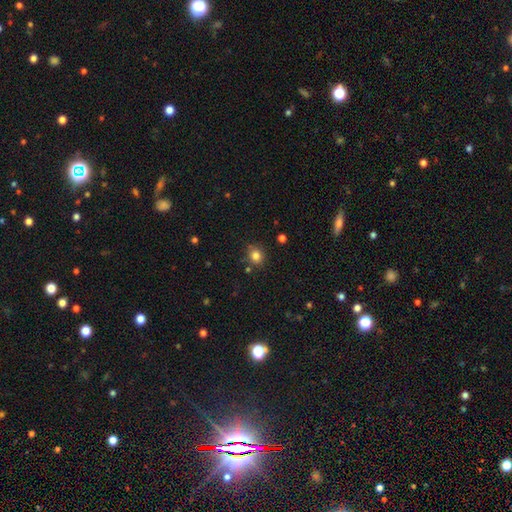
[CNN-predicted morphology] Smooth or featured? smooth (82%)
How rounded? round (80%)
Merging? none (81%)